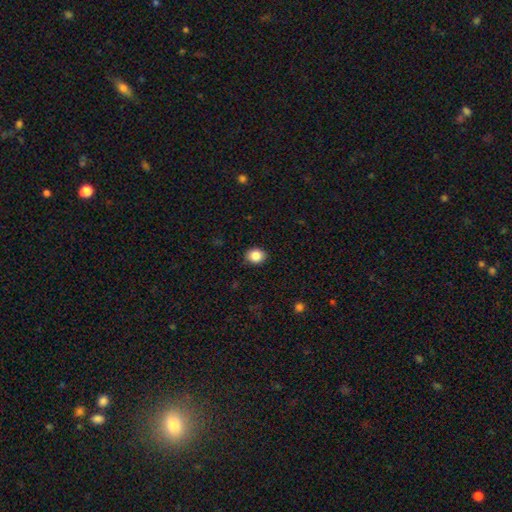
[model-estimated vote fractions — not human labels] Smooth or featured?
  - smooth: 86% *
  - star or artifact: 9%
  - featured or disk: 5%
How rounded?
  - round: 58% *
  - in between: 41%
  - cigar-shaped: 1%
Merging?
  - none: 87% *
  - minor disturbance: 9%
  - major disturbance: 2%
  - merger: 1%